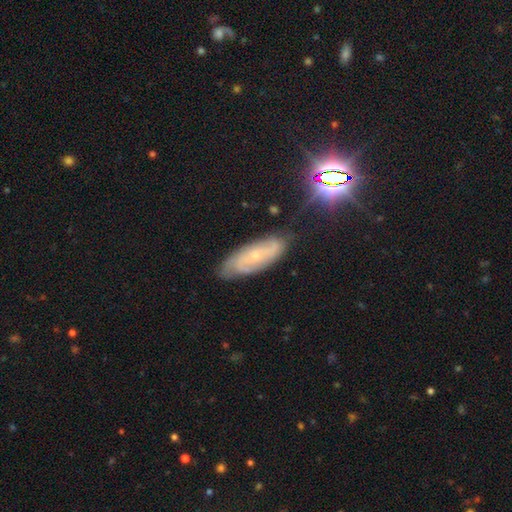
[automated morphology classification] Smooth or featured? featured or disk (68%)
Edge-on disk? no (88%)
Bar? no (71%)
Spiral arms? yes (90%)
Spiral winding? tight (57%)
Spiral arm count? can't tell (44%)
Bulge size? small (78%)
Merging? none (74%)